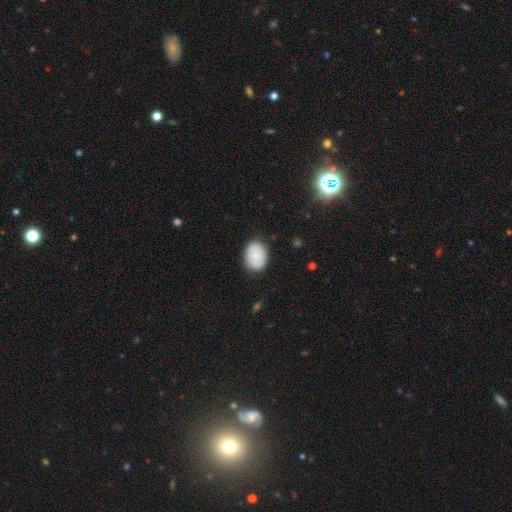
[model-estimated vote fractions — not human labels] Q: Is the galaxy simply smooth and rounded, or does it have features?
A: smooth — 81%.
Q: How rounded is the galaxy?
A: in between — 72%.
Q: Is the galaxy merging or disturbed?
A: none — 84%.